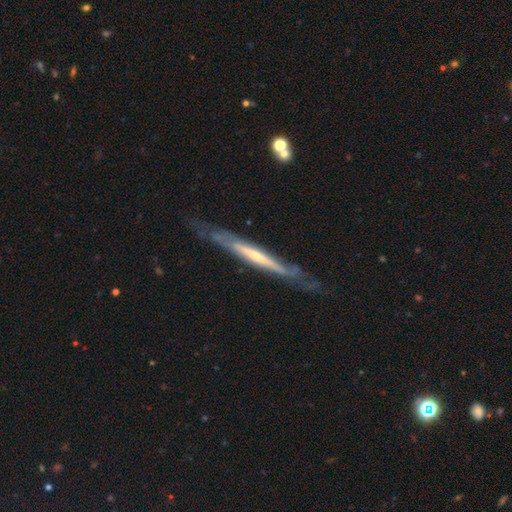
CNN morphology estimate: Smooth or featured? Predicted: featured or disk (p=0.78). Edge-on disk? Predicted: yes (p=0.86). Edge-on bulge? Predicted: none (p=0.55). Merging? Predicted: none (p=0.74).